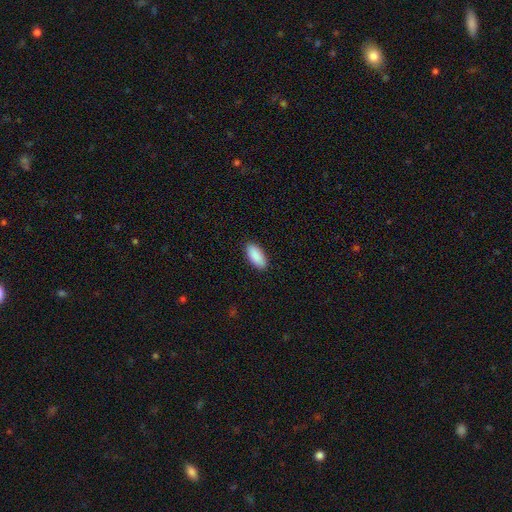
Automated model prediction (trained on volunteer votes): Q: Smooth or featured?
A: smooth (91%); runner-up: star or artifact (6%)
Q: How rounded?
A: in between (89%); runner-up: cigar-shaped (9%)
Q: Merging?
A: none (90%); runner-up: minor disturbance (8%)